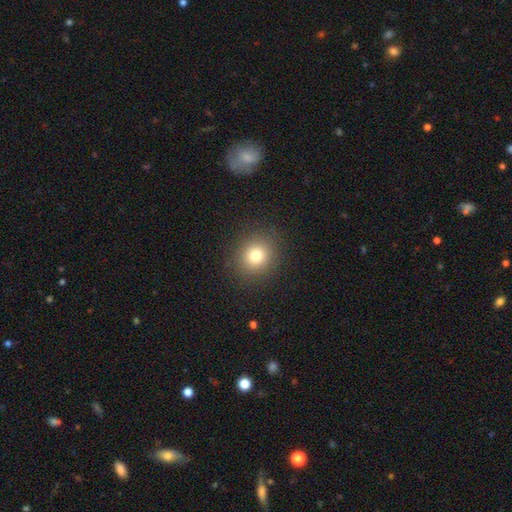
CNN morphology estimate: Smooth or featured: smooth — 78% (star or artifact — 13%)
How rounded: round — 84% (in between — 15%)
Merging: none — 89% (minor disturbance — 7%)